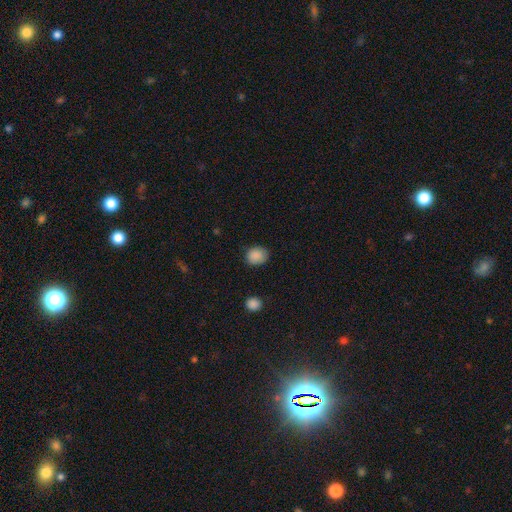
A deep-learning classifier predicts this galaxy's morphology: Q: Smooth or featured?
A: smooth (87%); runner-up: star or artifact (9%)
Q: How rounded?
A: round (62%); runner-up: in between (37%)
Q: Merging?
A: none (80%); runner-up: minor disturbance (16%)